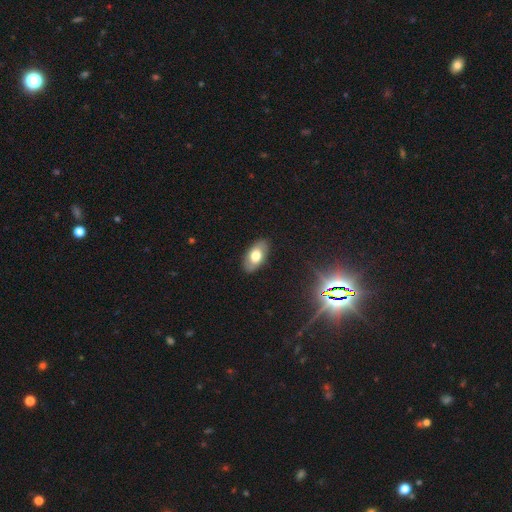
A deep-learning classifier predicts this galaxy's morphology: This is likely a smooth galaxy (62%). How rounded: clearly in between (93%). Merging: clearly none (86%).